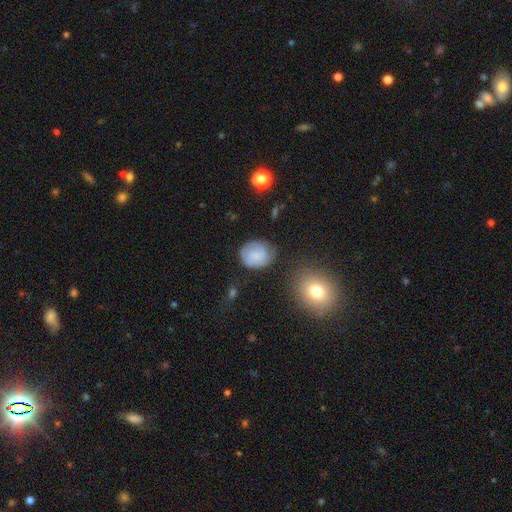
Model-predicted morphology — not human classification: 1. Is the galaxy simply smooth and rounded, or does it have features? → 46% featured or disk (tied), 46% smooth (tied), 8% star or artifact.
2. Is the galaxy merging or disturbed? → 66% none, 22% minor disturbance, 9% major disturbance, 3% merger.